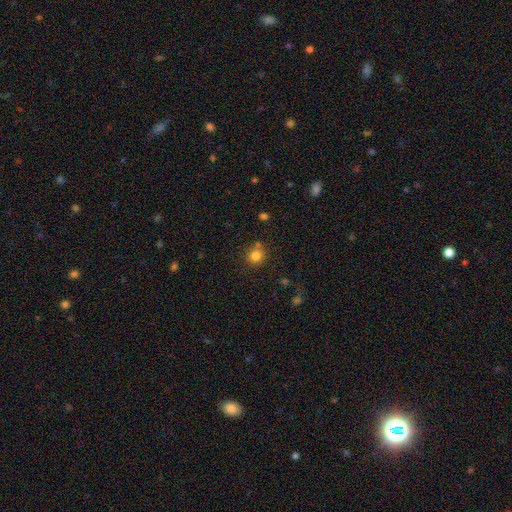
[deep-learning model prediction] This appears to be a smooth galaxy with no disk features (81%) that is round (90%). Merging: none (75%).